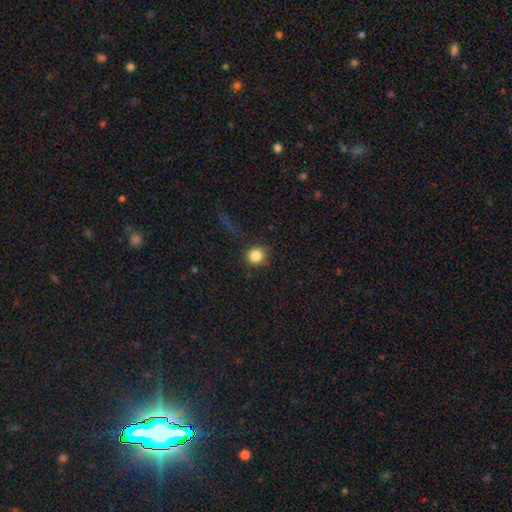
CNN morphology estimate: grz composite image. It shows a smooth galaxy with no disk features (84%) that is round (87%). Merging: none (77%).